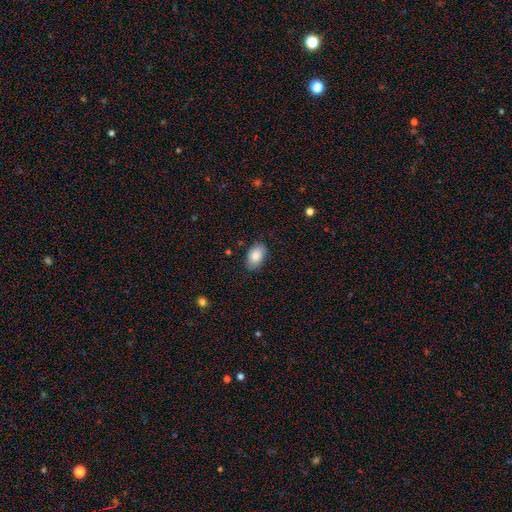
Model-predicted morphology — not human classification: Q: Smooth or featured?
A: smooth (87%); runner-up: featured or disk (7%)
Q: How rounded?
A: in between (91%); runner-up: round (8%)
Q: Merging?
A: none (83%); runner-up: minor disturbance (13%)